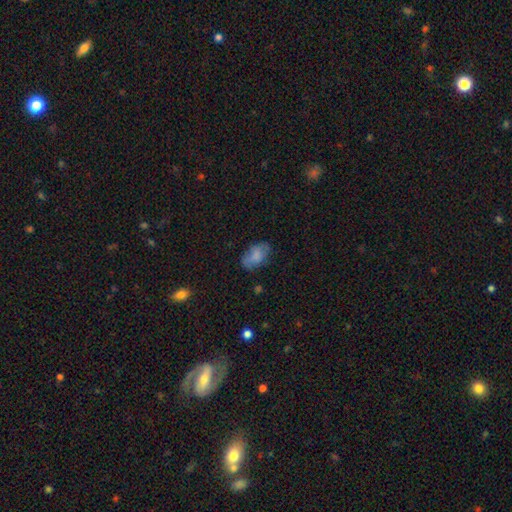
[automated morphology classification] The model was most divided on "merging": none: 66%, minor disturbance: 24%, major disturbance: 8%, merger: 2%. More confident: how rounded — in between (90%); smooth or featured — smooth (74%).